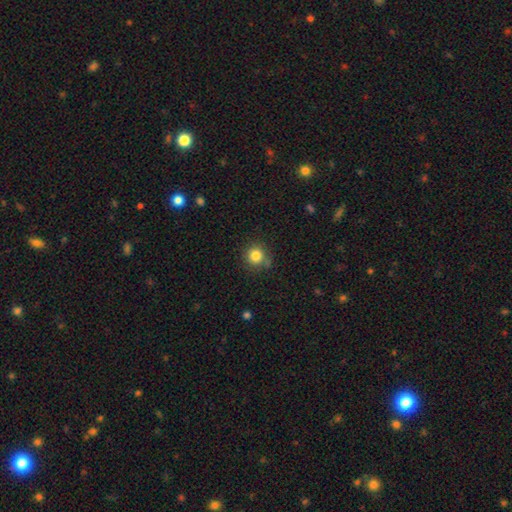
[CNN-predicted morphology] A smooth galaxy with no disk features (83%) that is round (91%).

Vote fractions:
- Smooth or featured? smooth: 83% / star or artifact: 11% / featured or disk: 6%
- How rounded? round: 91% / in between: 8% / cigar-shaped: 1%
- Merging? none: 76% / minor disturbance: 15% / merger: 4% / major disturbance: 4%